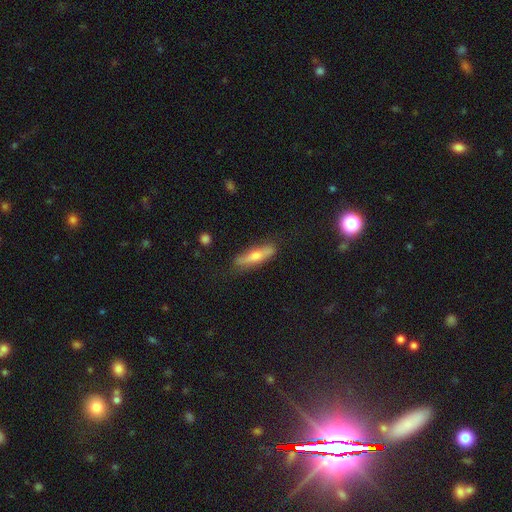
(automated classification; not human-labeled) Q: Smooth or featured?
A: smooth (51%); runner-up: featured or disk (42%)
Q: How rounded?
A: cigar-shaped (74%); runner-up: in between (24%)
Q: Merging?
A: none (79%); runner-up: minor disturbance (16%)